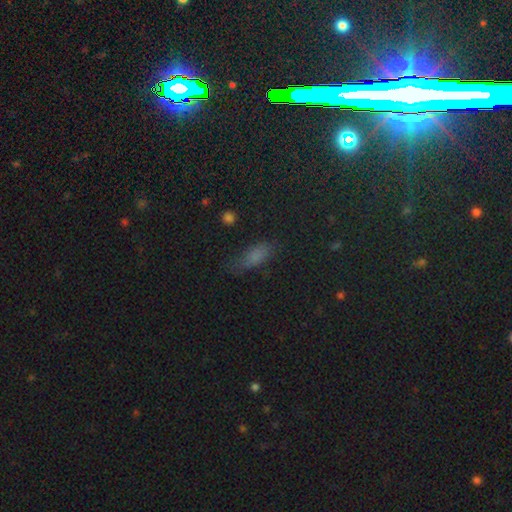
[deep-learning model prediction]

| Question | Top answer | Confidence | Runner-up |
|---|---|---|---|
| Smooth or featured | smooth | 71% | star or artifact (18%) |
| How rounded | in between | 70% | cigar-shaped (26%) |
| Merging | none | 59% | minor disturbance (28%) |